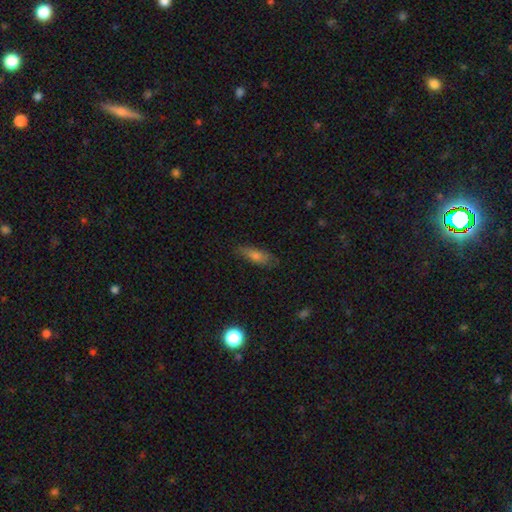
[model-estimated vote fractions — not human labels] Smooth or featured: smooth — 69% (featured or disk — 21%)
How rounded: in between — 55% (cigar-shaped — 42%)
Merging: none — 76% (minor disturbance — 18%)